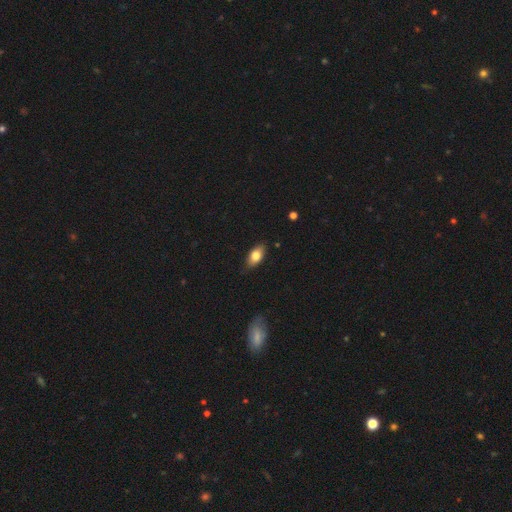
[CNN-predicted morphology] Smooth or featured?
  - smooth: 79% *
  - featured or disk: 14%
  - star or artifact: 7%
How rounded?
  - in between: 89% *
  - cigar-shaped: 6%
  - round: 5%
Merging?
  - none: 84% *
  - minor disturbance: 13%
  - major disturbance: 2%
  - merger: 1%